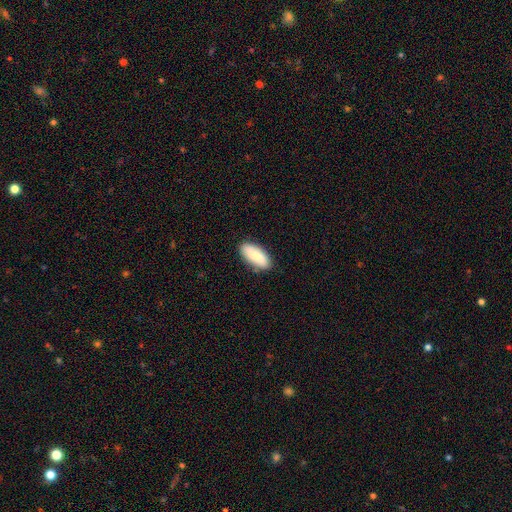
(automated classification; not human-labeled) Q: Smooth or featured?
A: smooth (83%); runner-up: featured or disk (11%)
Q: How rounded?
A: in between (87%); runner-up: cigar-shaped (11%)
Q: Merging?
A: none (85%); runner-up: minor disturbance (12%)